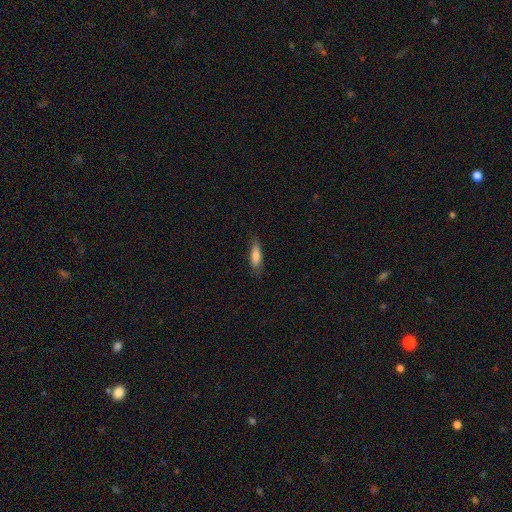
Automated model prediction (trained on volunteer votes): Smooth or featured?
  - smooth: 79% *
  - featured or disk: 14%
  - star or artifact: 7%
How rounded?
  - in between: 50% *
  - cigar-shaped: 48%
  - round: 2%
Merging?
  - none: 74% *
  - minor disturbance: 20%
  - major disturbance: 5%
  - merger: 1%